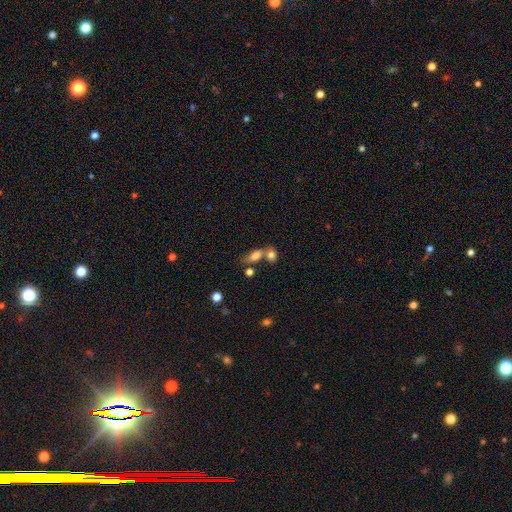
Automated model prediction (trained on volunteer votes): This is likely a smooth galaxy (78%). How rounded: likely in between (78%). Merging: possibly merger (47%).